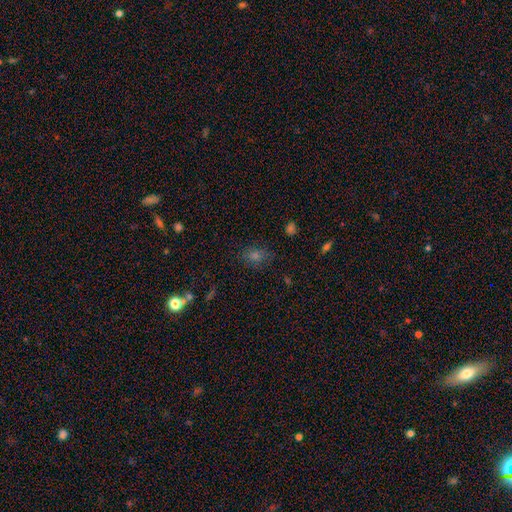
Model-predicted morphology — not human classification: This is likely a smooth galaxy (66%). How rounded: likely in between (61%). Merging: likely none (78%).